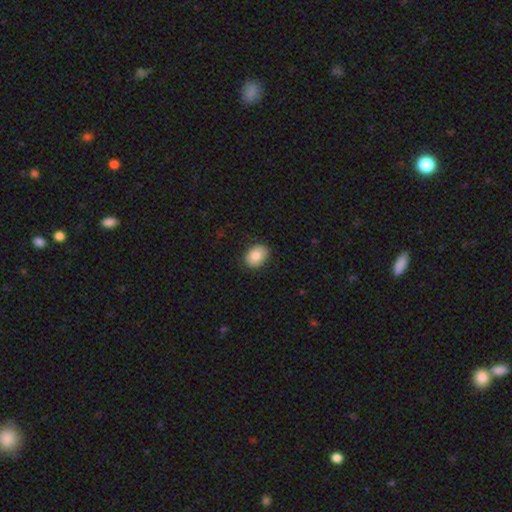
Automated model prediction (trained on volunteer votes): Smooth or featured? smooth (84%)
How rounded? in between (55%)
Merging? none (84%)